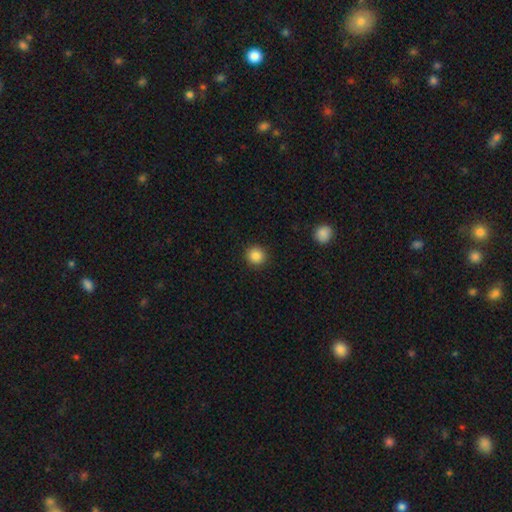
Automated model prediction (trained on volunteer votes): Smooth or featured? smooth (87%)
How rounded? round (93%)
Merging? none (92%)